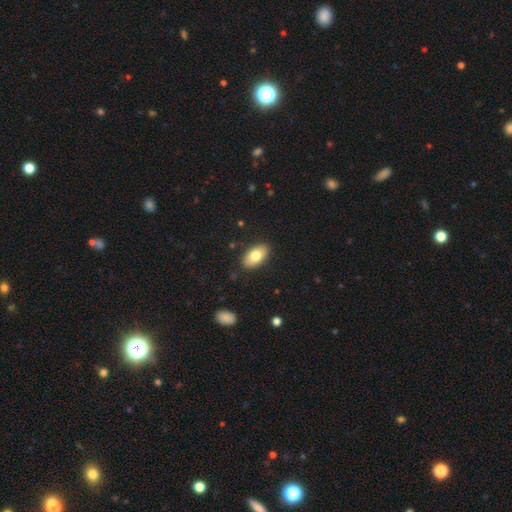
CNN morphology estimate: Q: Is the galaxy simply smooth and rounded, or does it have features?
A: smooth — 77%.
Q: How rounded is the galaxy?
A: in between — 93%.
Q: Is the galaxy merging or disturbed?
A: none — 88%.